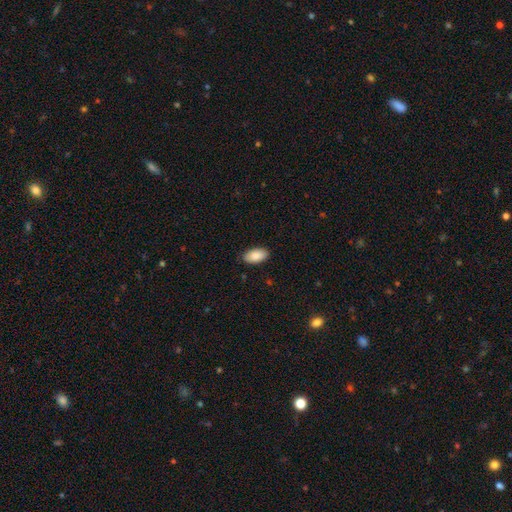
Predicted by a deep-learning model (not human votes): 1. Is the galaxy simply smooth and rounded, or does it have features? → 88% smooth, 6% star or artifact, 6% featured or disk.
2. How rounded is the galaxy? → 95% in between, 3% cigar-shaped, 3% round.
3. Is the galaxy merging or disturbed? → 87% none, 10% minor disturbance, 2% major disturbance, 1% merger.